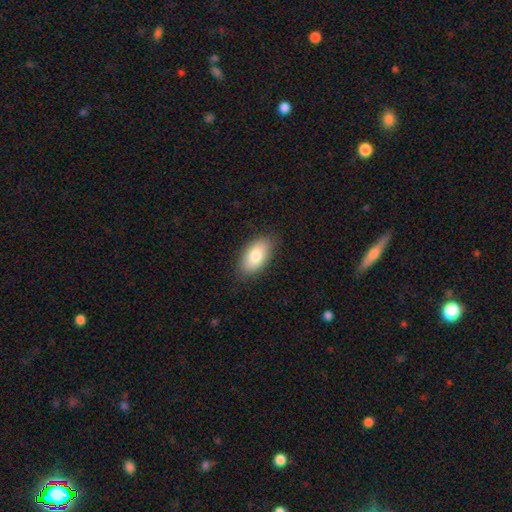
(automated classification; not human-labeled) Q: Smooth or featured?
A: smooth (81%); runner-up: featured or disk (13%)
Q: How rounded?
A: in between (94%); runner-up: round (3%)
Q: Merging?
A: none (85%); runner-up: minor disturbance (12%)